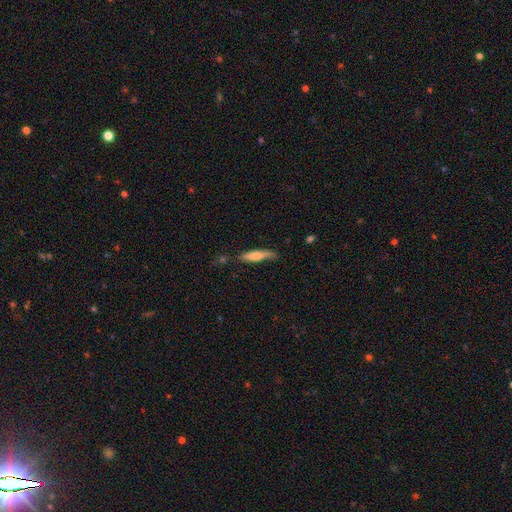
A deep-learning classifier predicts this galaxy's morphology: Overall: smooth (67%; featured or disk 27%). How rounded: cigar-shaped (83%). Merging: none (68%).